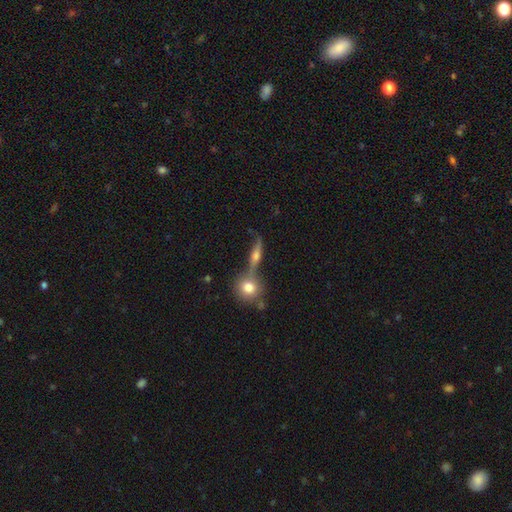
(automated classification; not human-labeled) This is possibly a featured or disk galaxy (59%). It is clearly viewed edge-on (85%). Merging: possibly none (60%).